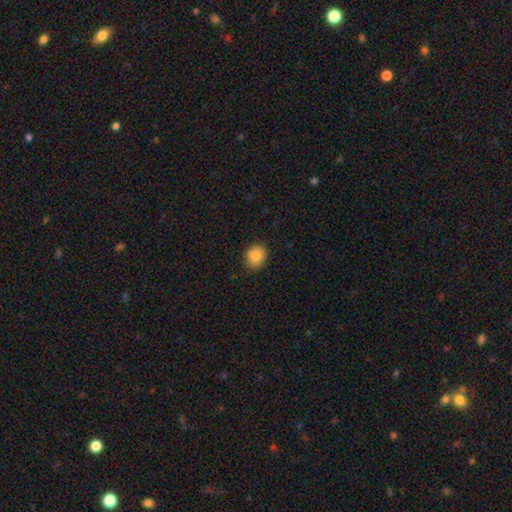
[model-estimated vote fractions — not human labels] Overall: smooth (85%). How rounded: round (71%). Merging: none (85%).